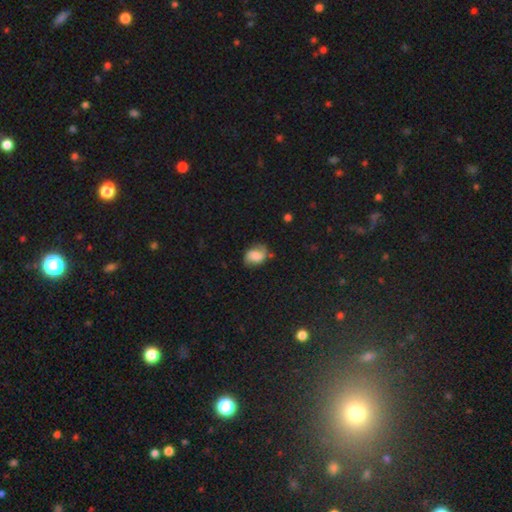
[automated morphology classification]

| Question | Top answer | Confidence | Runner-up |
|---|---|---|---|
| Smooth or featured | smooth | 54% | featured or disk (36%) |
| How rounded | in between | 69% | round (30%) |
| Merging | none | 55% | minor disturbance (30%) |